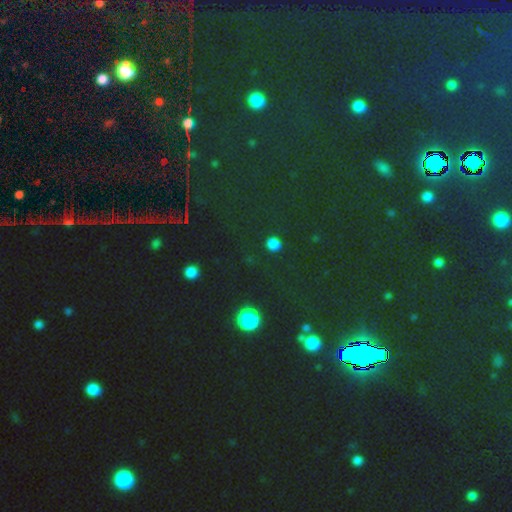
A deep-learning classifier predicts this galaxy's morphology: Overall: star or artifact (77%).